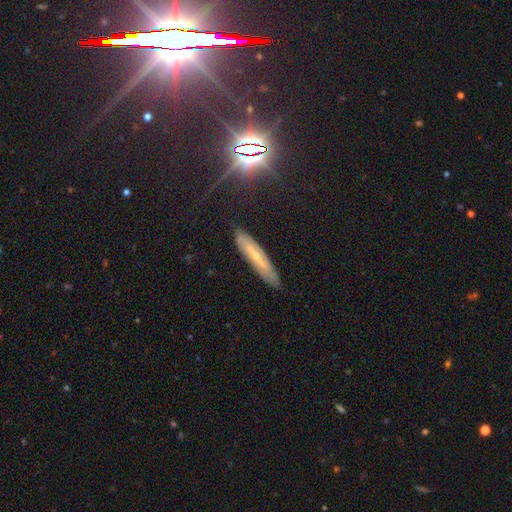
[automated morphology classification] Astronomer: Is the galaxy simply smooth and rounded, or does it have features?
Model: featured or disk — 55% (runner-up: smooth, 32%).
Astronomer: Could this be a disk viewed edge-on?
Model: yes — 60% (runner-up: no, 40%).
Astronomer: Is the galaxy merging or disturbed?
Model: none — 82%.